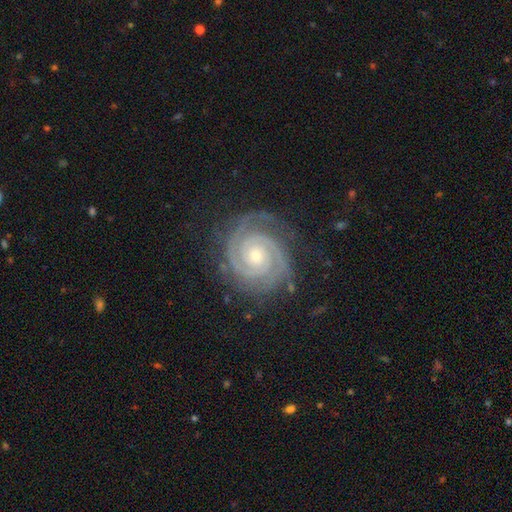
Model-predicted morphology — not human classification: The model was most divided on "bulge size": small: 54%, moderate: 42%, large: 2%, none: 1%, dominant: 1%. More confident: spiral arms — yes (99%); edge-on disk — no (98%); smooth or featured — featured or disk (93%); spiral winding — tight (85%); spiral arm count — 2 (82%); merging — none (81%); bar — no (73%).